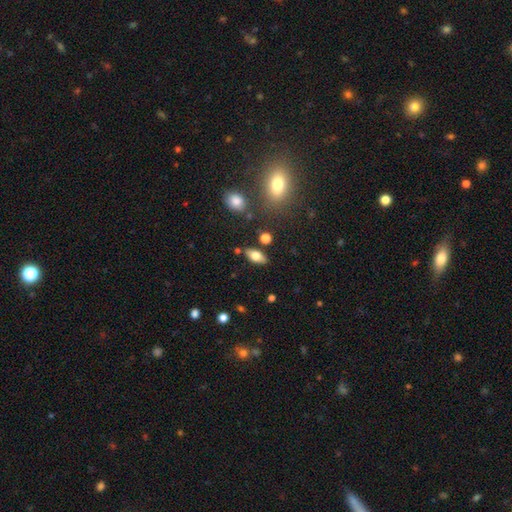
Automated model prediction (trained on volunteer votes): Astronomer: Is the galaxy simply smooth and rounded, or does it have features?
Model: smooth — 68%.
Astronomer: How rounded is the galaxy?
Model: in between — 84%.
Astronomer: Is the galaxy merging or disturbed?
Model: none — 82%.